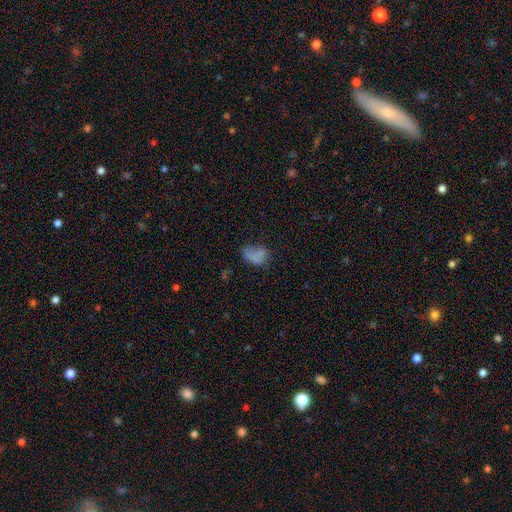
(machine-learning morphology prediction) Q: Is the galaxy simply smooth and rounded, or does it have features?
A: smooth — 68%.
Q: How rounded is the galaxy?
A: in between — 85%.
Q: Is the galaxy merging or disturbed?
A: none — 39%.